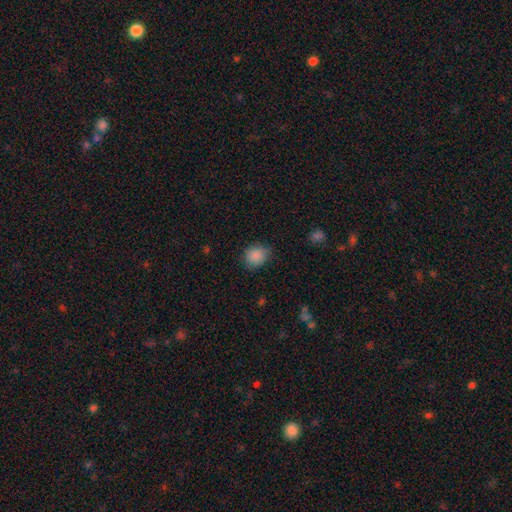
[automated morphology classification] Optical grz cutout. It shows a smooth galaxy with no disk features (87%) that is round (71%). Merging: none (79%).